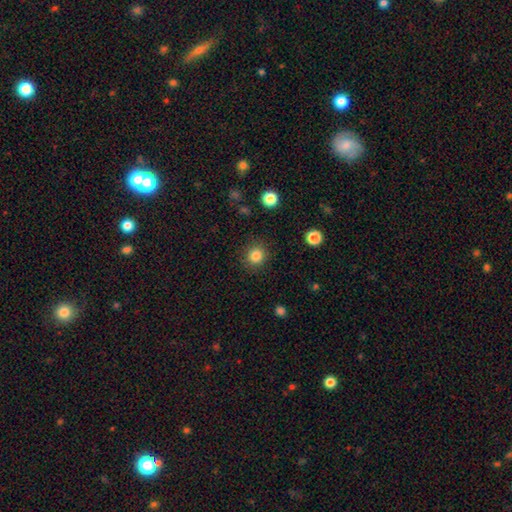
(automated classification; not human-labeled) Smooth or featured? smooth (84%)
How rounded? round (92%)
Merging? none (89%)